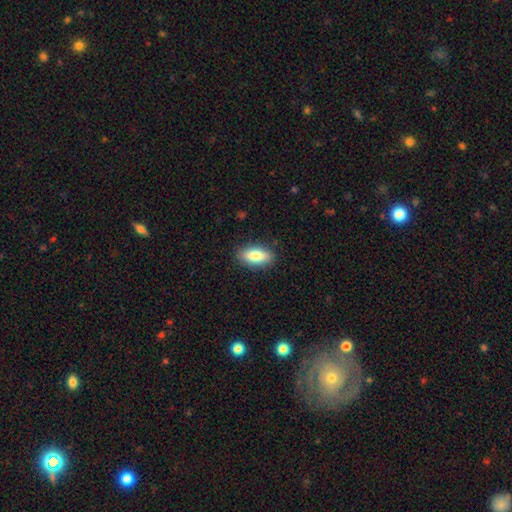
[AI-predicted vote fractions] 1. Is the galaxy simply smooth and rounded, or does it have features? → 78% smooth, 15% featured or disk, 7% star or artifact.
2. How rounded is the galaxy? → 84% in between, 13% cigar-shaped, 4% round.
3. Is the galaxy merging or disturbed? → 88% none, 9% minor disturbance, 2% major disturbance, 1% merger.